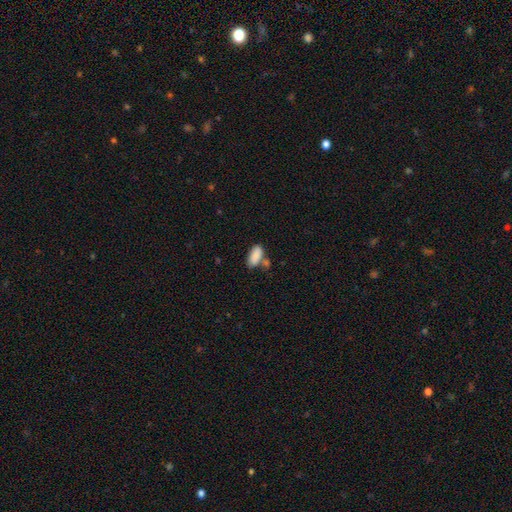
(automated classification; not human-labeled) smooth 87%, star or artifact 7%, featured or disk 6%. Down the decision tree: how rounded — in between (89%); merging — none (54%).